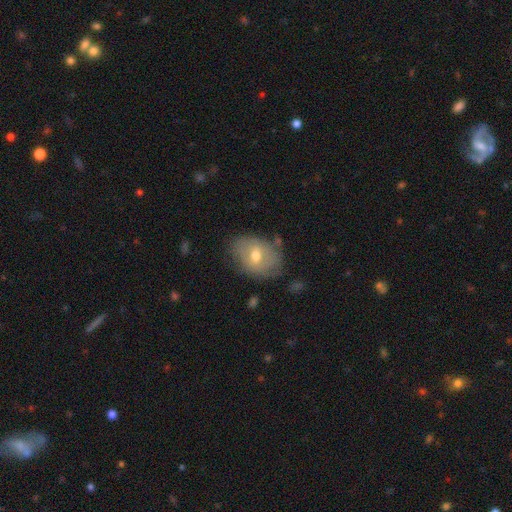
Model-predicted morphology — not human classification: type=smooth (51%); roundness=in between (76%); merging=none (67%).